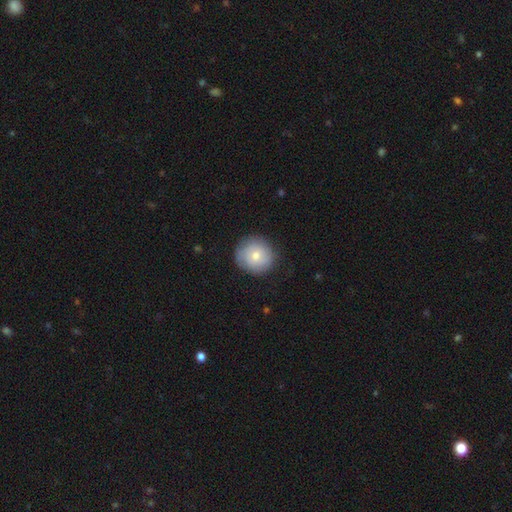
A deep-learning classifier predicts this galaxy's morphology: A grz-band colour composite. It shows a smooth galaxy with no disk features (74%) that is round (92%). Merging: none (83%).